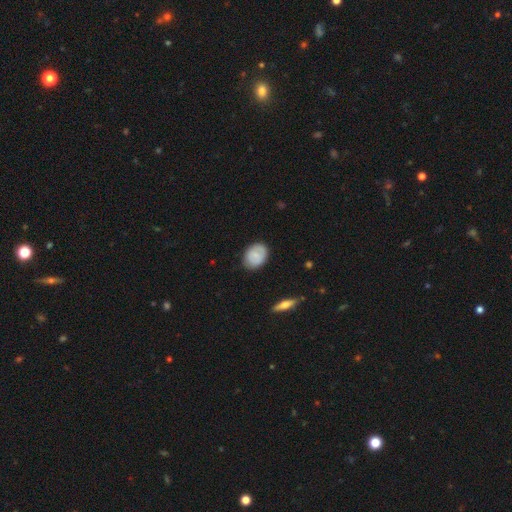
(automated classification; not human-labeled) This appears to be a smooth galaxy with no disk features (69%) that is in between round and cigar-shaped (68%). Merging: none (82%).